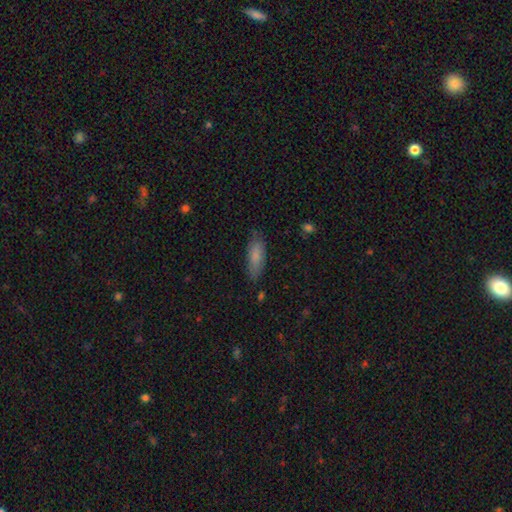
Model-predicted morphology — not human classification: Smooth or featured?
  - smooth: 80% *
  - featured or disk: 13%
  - star or artifact: 6%
How rounded?
  - in between: 64% *
  - cigar-shaped: 34%
  - round: 2%
Merging?
  - none: 77% *
  - minor disturbance: 18%
  - major disturbance: 4%
  - merger: 2%